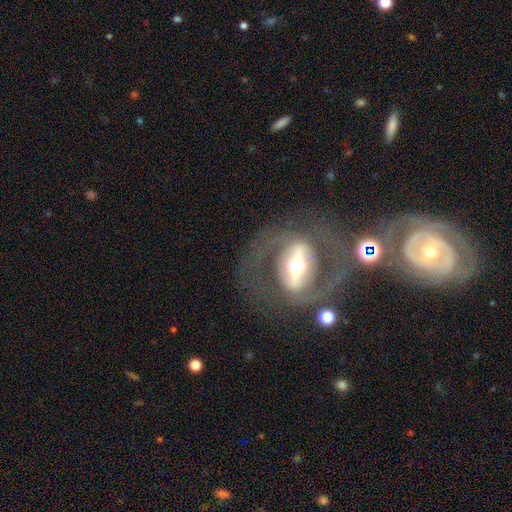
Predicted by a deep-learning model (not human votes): A featured or disk galaxy (79%) with a strong bar (52%), 2 (74%) medium (42%) spiral arms (76%) and a moderate central bulge (59%).

Vote fractions:
- Smooth or featured? featured or disk: 79% / smooth: 13% / star or artifact: 8%
- Edge-on disk? no: 90% / yes: 10%
- Bar? strong: 52% / weak: 30% / no: 18%
- Spiral arms? yes: 76% / no: 24%
- Spiral winding? medium: 42% / tight: 40% / loose: 17%
- Spiral arm count? 2: 74% / can't tell: 16% / 1: 4% / 3: 3% / 4: 2% / more than 4: 2%
- Bulge size? moderate: 59% / small: 28% / large: 9% / dominant: 2% / none: 2%
- Merging? none: 43% / merger: 34% / minor disturbance: 12% / major disturbance: 11%